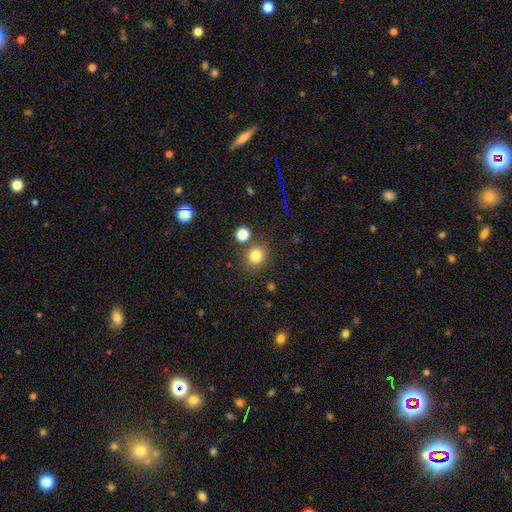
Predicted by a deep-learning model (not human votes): A smooth galaxy with no disk features (80%) that is round (81%). Merging: none (78%).